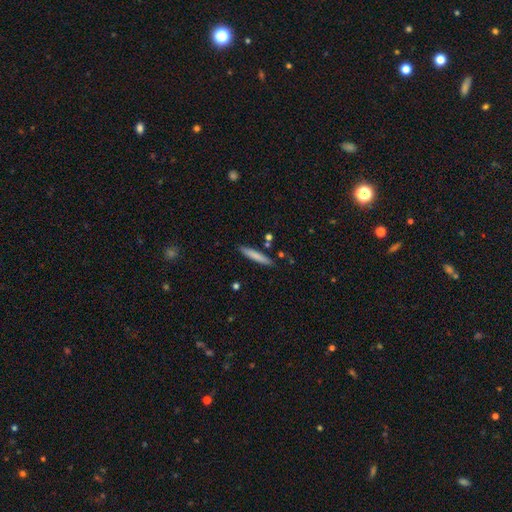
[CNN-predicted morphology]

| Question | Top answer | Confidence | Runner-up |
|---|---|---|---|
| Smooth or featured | smooth | 77% | featured or disk (17%) |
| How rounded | cigar-shaped | 92% | in between (6%) |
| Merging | none | 86% | minor disturbance (9%) |